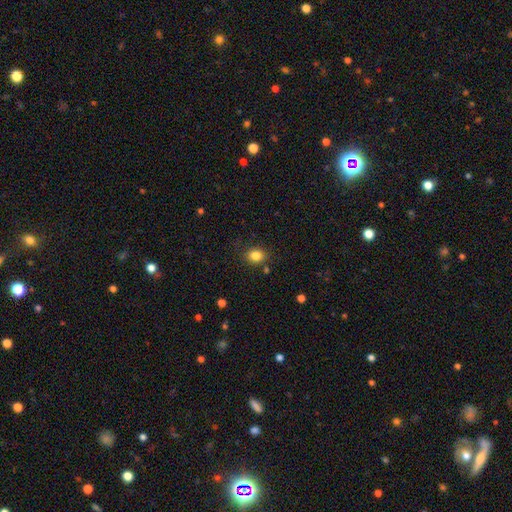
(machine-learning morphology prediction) This appears to be a smooth galaxy with no disk features (84%) that is round (56%). Merging: none (82%).